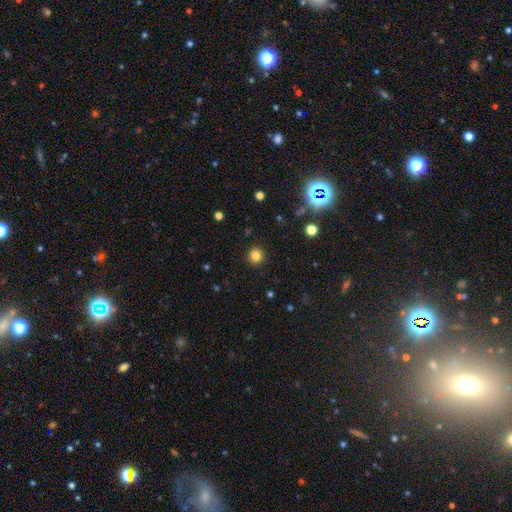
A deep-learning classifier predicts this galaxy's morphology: Smooth or featured? Predicted: smooth (p=0.82). How rounded? Predicted: round (p=0.94). Merging? Predicted: none (p=0.92).